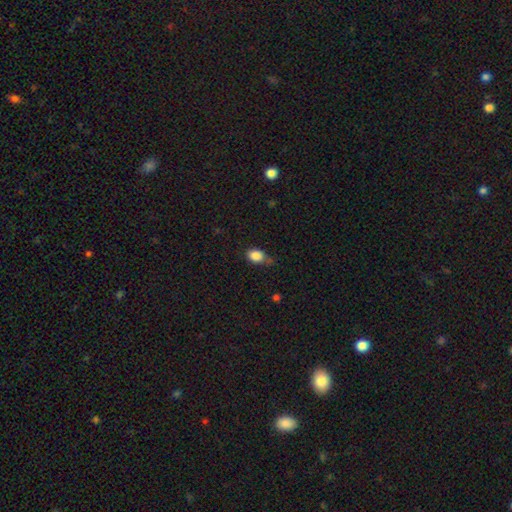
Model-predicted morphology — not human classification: Overall: smooth (86%). How rounded: in between (73%). Merging: none (54%; minor disturbance 34%).